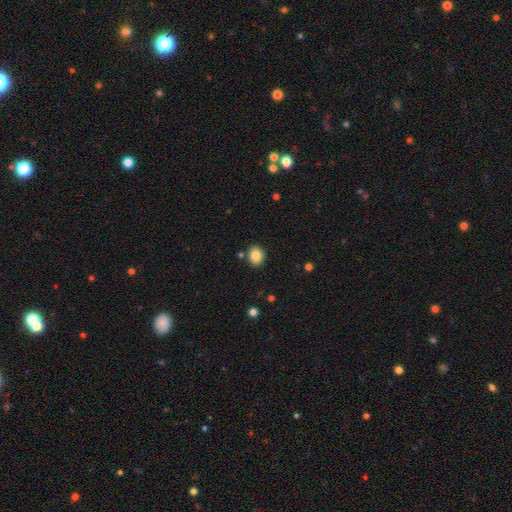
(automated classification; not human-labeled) Q: Smooth or featured?
A: smooth (84%); runner-up: star or artifact (9%)
Q: How rounded?
A: round (57%); runner-up: in between (42%)
Q: Merging?
A: none (86%); runner-up: minor disturbance (8%)